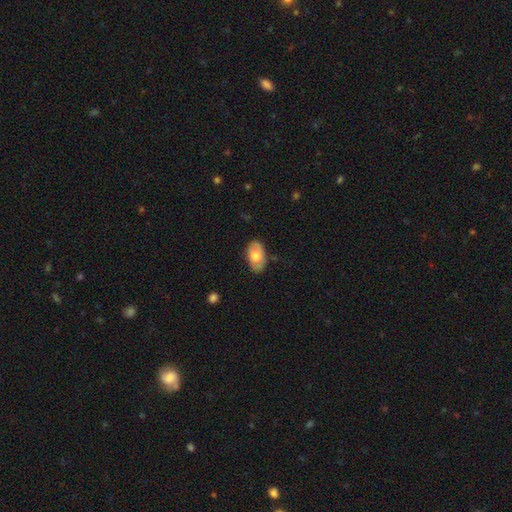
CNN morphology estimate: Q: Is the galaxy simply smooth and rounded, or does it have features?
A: smooth — 62%.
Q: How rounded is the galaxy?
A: in between — 93%.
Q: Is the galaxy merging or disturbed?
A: none — 81%.